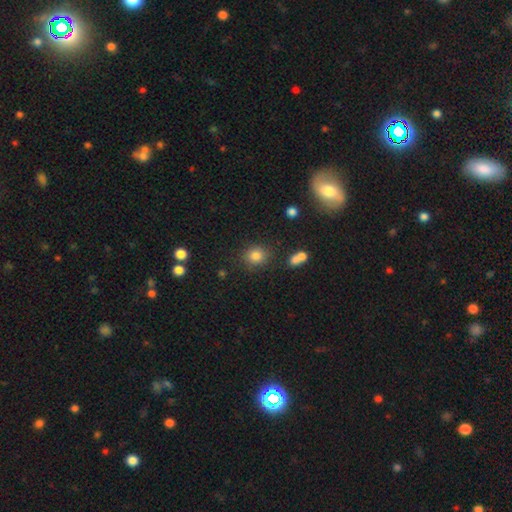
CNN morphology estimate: smooth_or_featured: smooth (p=0.82) [alt: star or artifact p=0.13]
how_rounded: round (p=0.82) [alt: in between p=0.17]
merging: none (p=0.82) [alt: minor disturbance p=0.10]